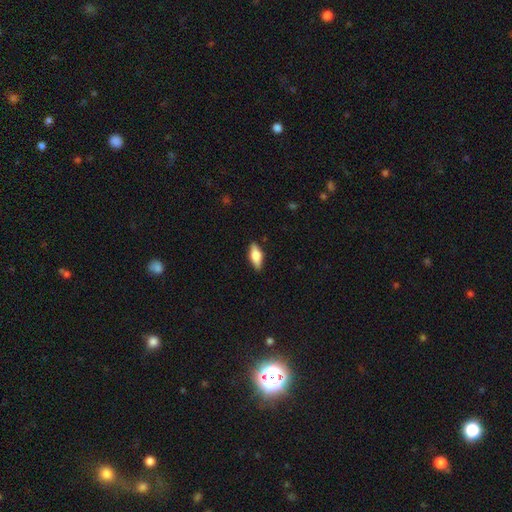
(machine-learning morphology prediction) Smooth or featured?
  - smooth: 67% *
  - featured or disk: 26%
  - star or artifact: 7%
How rounded?
  - in between: 77% *
  - cigar-shaped: 19%
  - round: 3%
Merging?
  - none: 87% *
  - minor disturbance: 10%
  - major disturbance: 2%
  - merger: 1%